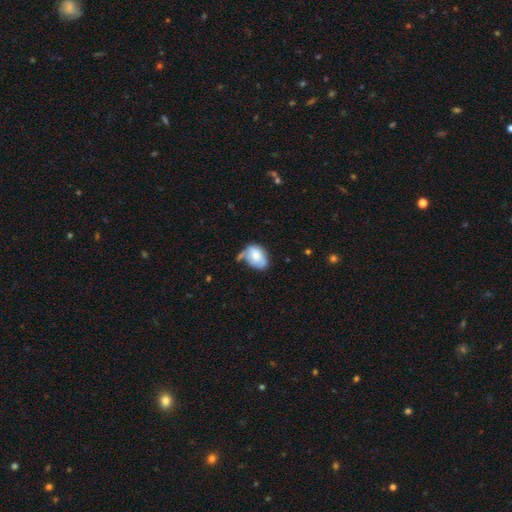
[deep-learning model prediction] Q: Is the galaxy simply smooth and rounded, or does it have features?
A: smooth — 71%.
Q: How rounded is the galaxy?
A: in between — 75%.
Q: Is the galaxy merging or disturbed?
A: none — 36%.